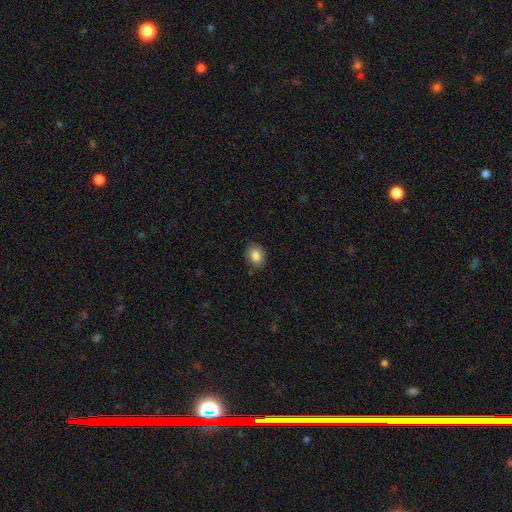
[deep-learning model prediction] A smooth galaxy with no disk features (85%) that is in between round and cigar-shaped (59%).

Vote fractions:
- Smooth or featured? smooth: 85% / star or artifact: 8% / featured or disk: 6%
- How rounded? in between: 59% / round: 40% / cigar-shaped: 1%
- Merging? none: 84% / minor disturbance: 12% / major disturbance: 3% / merger: 1%